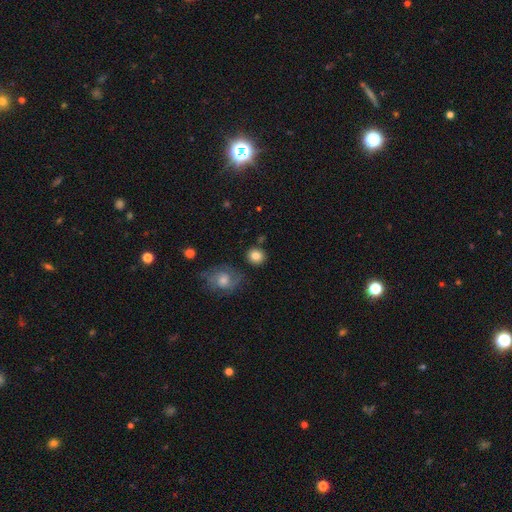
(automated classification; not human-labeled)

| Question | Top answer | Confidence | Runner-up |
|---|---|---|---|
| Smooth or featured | smooth | 83% | featured or disk (9%) |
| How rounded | round | 87% | in between (12%) |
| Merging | none | 81% | minor disturbance (10%) |